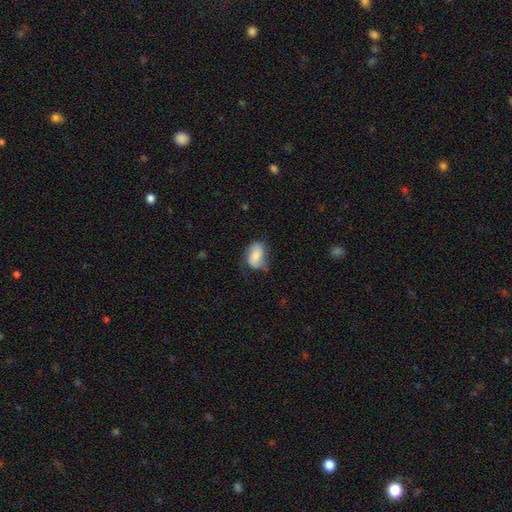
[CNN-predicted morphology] smooth_or_featured: smooth (p=0.67) [alt: featured or disk p=0.25]
how_rounded: in between (p=0.85) [alt: round p=0.14]
merging: none (p=0.49) [alt: minor disturbance p=0.34]